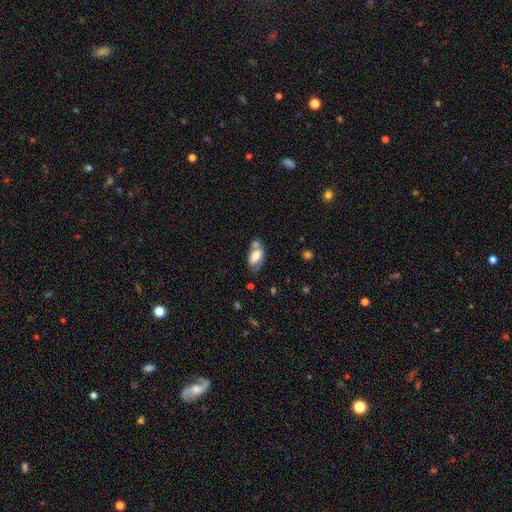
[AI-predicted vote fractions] A smooth galaxy with no disk features (66%) that is in between round and cigar-shaped (89%).

Vote fractions:
- Smooth or featured? smooth: 66% / featured or disk: 27% / star or artifact: 8%
- How rounded? in between: 89% / cigar-shaped: 7% / round: 4%
- Merging? none: 41% / merger: 29% / minor disturbance: 21% / major disturbance: 9%